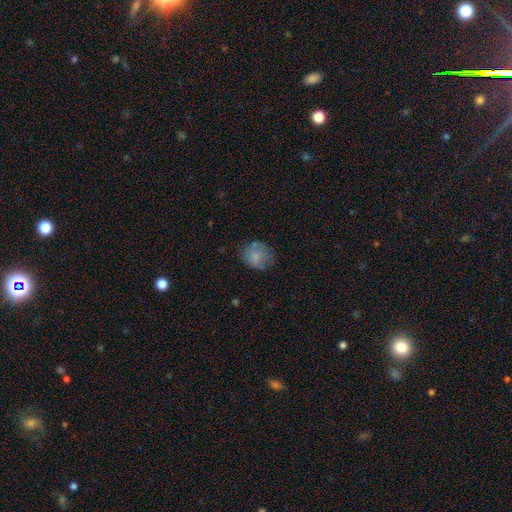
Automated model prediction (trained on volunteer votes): A smooth galaxy with no disk features (75%) that is round (65%). Merging: none (64%).